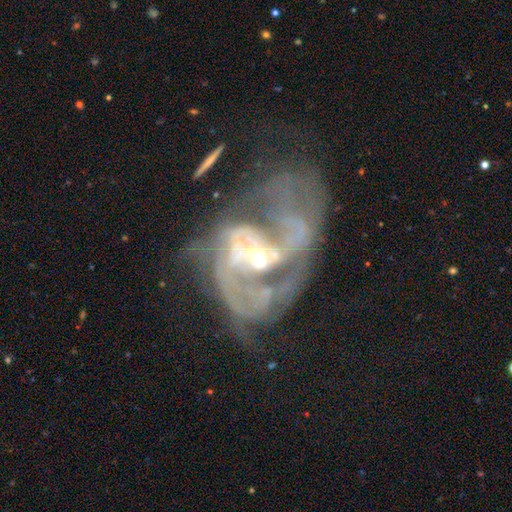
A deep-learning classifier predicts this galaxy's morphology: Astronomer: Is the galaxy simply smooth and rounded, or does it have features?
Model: featured or disk — 84%.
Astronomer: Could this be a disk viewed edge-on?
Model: no — 98%.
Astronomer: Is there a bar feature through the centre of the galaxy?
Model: no — 59%.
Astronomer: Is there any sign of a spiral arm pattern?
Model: yes — 80%.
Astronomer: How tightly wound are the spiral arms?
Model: medium — 43% (runner-up: loose, 33%).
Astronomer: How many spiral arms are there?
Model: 2 — 41% (runner-up: can't tell, 25%).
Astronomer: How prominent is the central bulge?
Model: small — 49% (runner-up: moderate, 35%).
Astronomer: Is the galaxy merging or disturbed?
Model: major disturbance — 38% (runner-up: merger, 37%).